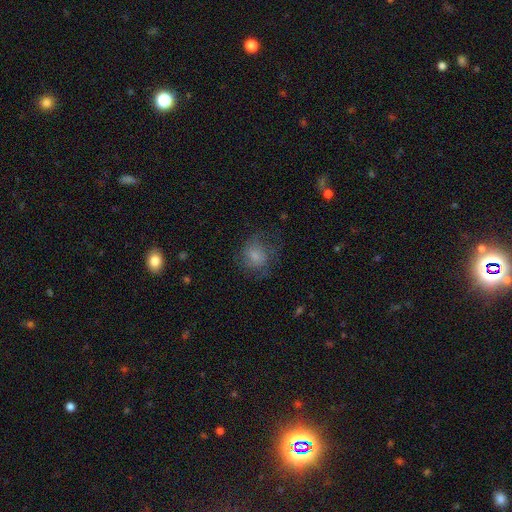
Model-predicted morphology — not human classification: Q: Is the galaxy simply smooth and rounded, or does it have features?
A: smooth — 67%.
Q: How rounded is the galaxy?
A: round — 69%.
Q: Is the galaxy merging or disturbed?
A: none — 54%.